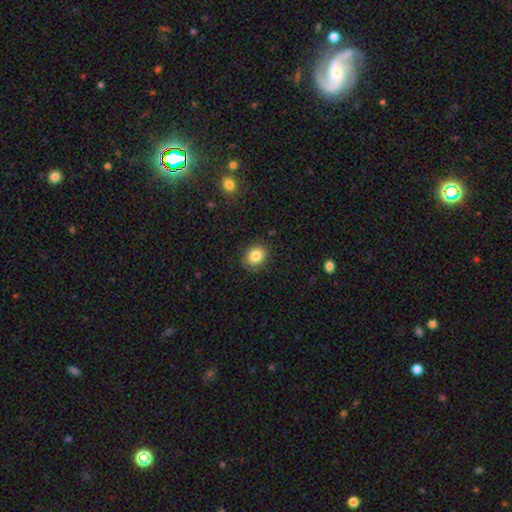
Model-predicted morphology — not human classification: This appears to be a smooth galaxy with no disk features (83%) that is round (57%). Merging: none (87%).